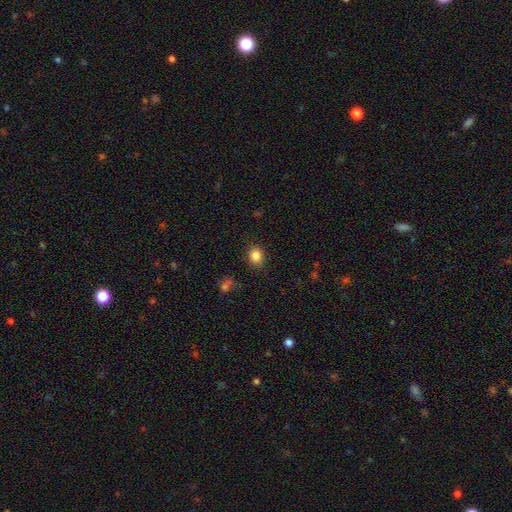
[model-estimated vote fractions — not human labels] smooth 85%, star or artifact 11%, featured or disk 5%. Down the decision tree: how rounded — round (63%); merging — none (86%).